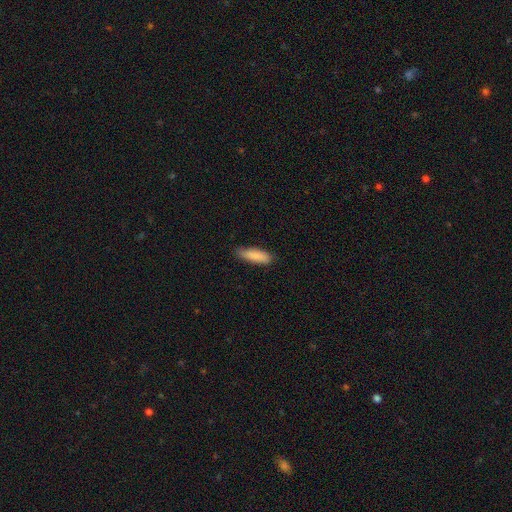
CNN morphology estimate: Q: Smooth or featured?
A: smooth (87%); runner-up: featured or disk (7%)
Q: How rounded?
A: cigar-shaped (50%); runner-up: in between (49%)
Q: Merging?
A: none (78%); runner-up: minor disturbance (18%)